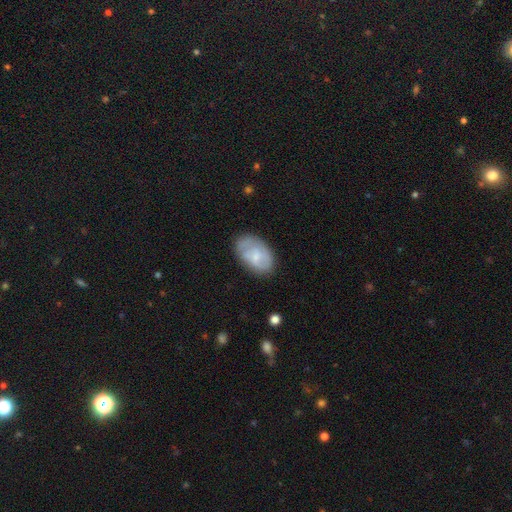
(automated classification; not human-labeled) Morphology: type=smooth (58%); roundness=in between (90%); merging=none (61%).